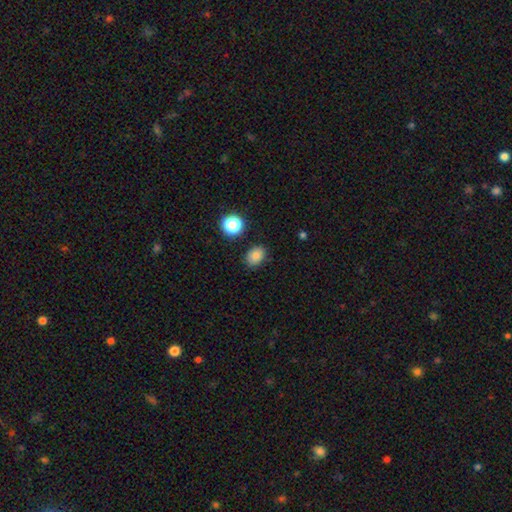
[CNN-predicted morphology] smooth-or-featured: smooth: 83% | star or artifact: 13% | featured or disk: 5%
  how-rounded: in between: 61% | round: 38% | cigar-shaped: 1%
  merging: none: 84% | minor disturbance: 11% | major disturbance: 3% | merger: 2%